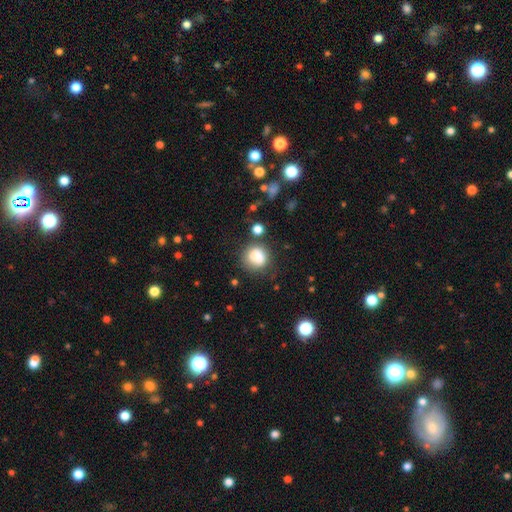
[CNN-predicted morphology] Smooth or featured? smooth (80%)
How rounded? round (77%)
Merging? none (62%)